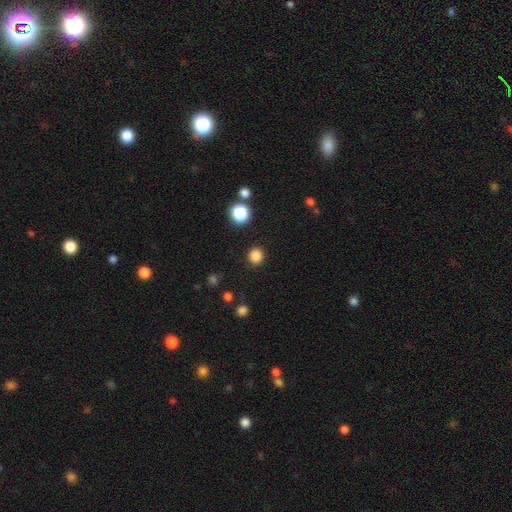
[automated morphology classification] A smooth galaxy with no disk features (84%) that is round (90%). Merging: none (91%).